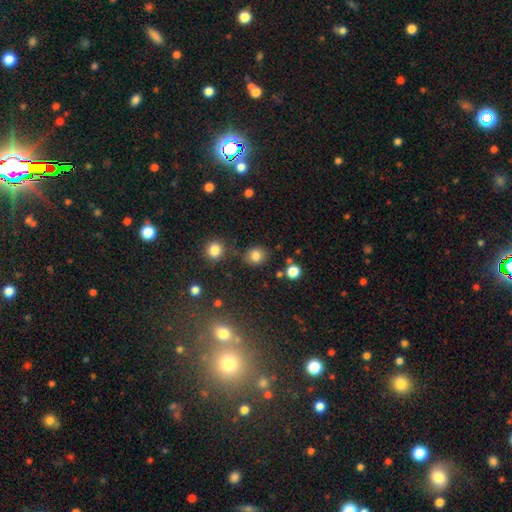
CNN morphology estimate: A smooth galaxy with no disk features (81%) that is round (80%). Merging: none (80%).